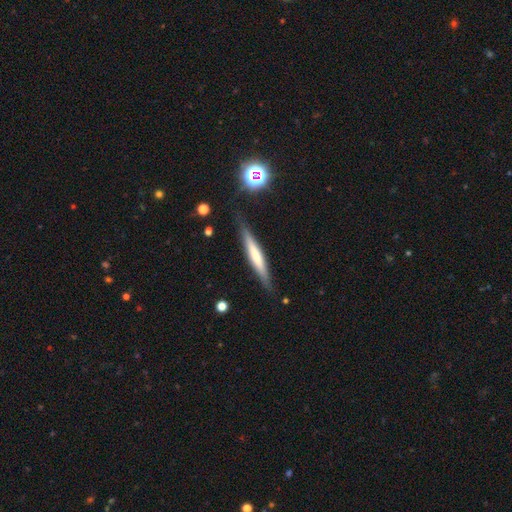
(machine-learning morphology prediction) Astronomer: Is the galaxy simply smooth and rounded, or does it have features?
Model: smooth — 50% (runner-up: featured or disk, 44%).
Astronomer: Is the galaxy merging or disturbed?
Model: none — 84%.